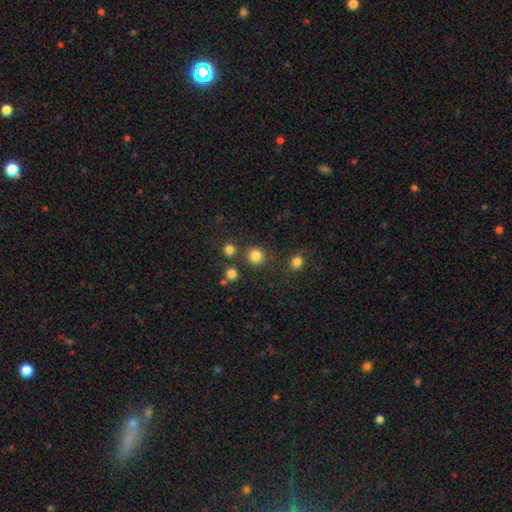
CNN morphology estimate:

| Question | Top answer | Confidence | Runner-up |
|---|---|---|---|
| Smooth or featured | smooth | 82% | star or artifact (14%) |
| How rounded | round | 91% | in between (8%) |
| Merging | none | 82% | merger (8%) |